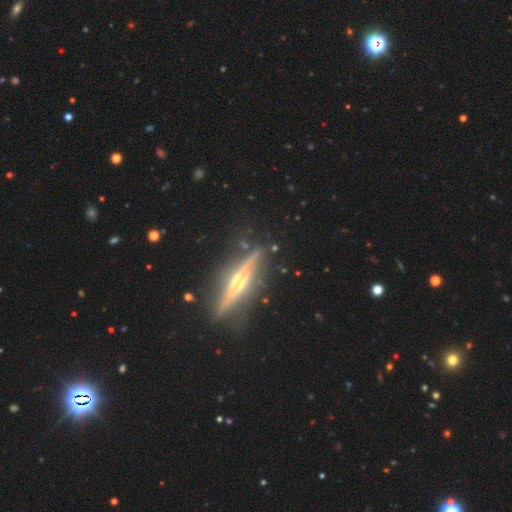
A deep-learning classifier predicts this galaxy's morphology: type=featured or disk (83%); edge-on=yes (96%); edge-on bulge=rounded (83%); merging=none (83%).